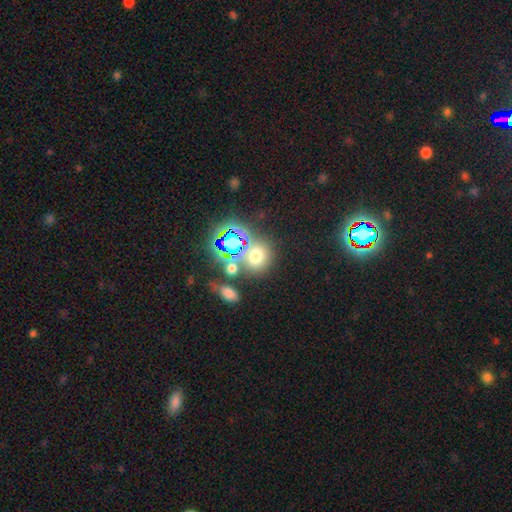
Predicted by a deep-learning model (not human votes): Q: Smooth or featured?
A: smooth (55%); runner-up: star or artifact (35%)
Q: How rounded?
A: round (68%); runner-up: in between (30%)
Q: Merging?
A: none (64%); runner-up: merger (21%)